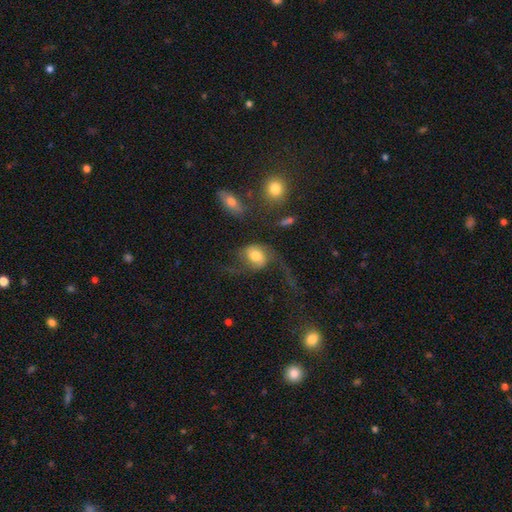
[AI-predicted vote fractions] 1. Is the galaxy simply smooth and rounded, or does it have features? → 56% featured or disk, 36% smooth, 8% star or artifact.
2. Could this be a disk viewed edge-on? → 96% no, 4% yes.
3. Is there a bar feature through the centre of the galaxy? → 58% no, 33% weak, 9% strong.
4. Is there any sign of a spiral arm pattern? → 85% yes, 15% no.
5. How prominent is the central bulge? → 55% moderate, 29% large, 9% small, 5% dominant, 2% none.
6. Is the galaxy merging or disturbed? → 41% major disturbance, 36% none, 16% minor disturbance, 7% merger.